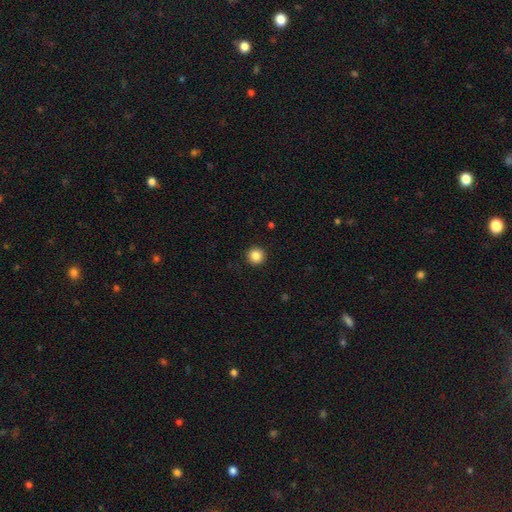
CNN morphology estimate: This is clearly a smooth galaxy (87%). How rounded: clearly round (95%). Merging: clearly none (93%).